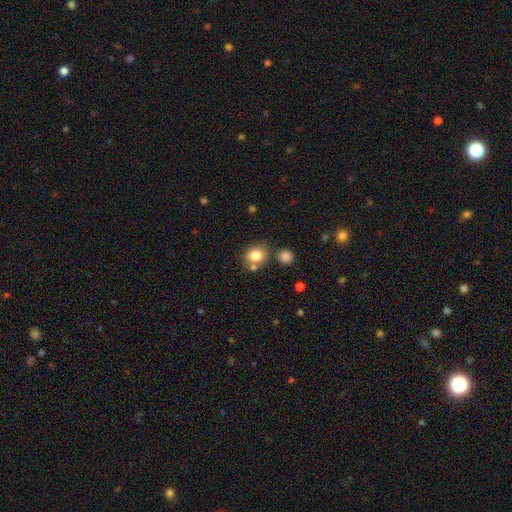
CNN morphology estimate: This appears to be a smooth galaxy with no disk features (81%) that is round (66%). Merging: none (66%).